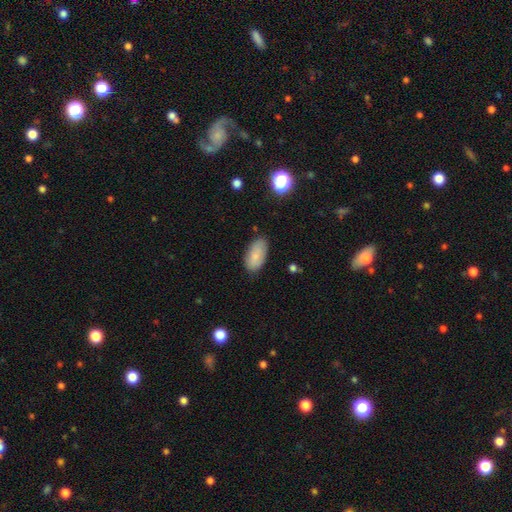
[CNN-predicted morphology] smooth-or-featured: smooth: 82% | featured or disk: 11% | star or artifact: 7%
  how-rounded: in between: 94% | cigar-shaped: 3% | round: 3%
  merging: none: 79% | minor disturbance: 17% | major disturbance: 3% | merger: 1%